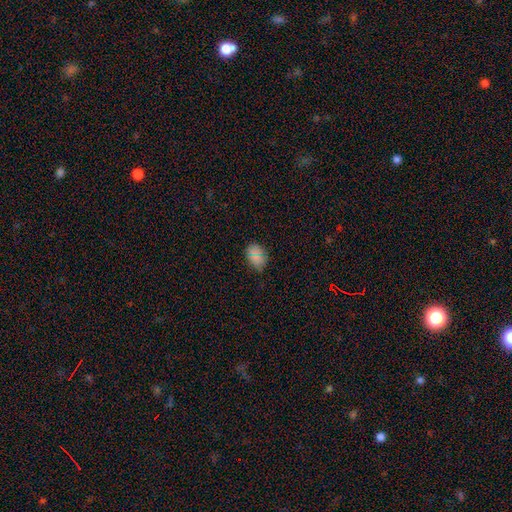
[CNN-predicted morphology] Q: Smooth or featured?
A: smooth (78%); runner-up: star or artifact (15%)
Q: How rounded?
A: in between (78%); runner-up: round (20%)
Q: Merging?
A: none (79%); runner-up: minor disturbance (16%)